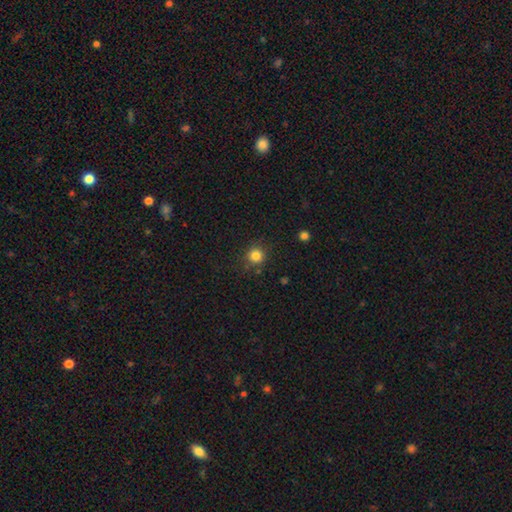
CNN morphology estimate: Smooth or featured?
  - smooth: 83% *
  - star or artifact: 12%
  - featured or disk: 5%
How rounded?
  - round: 93% *
  - in between: 6%
  - cigar-shaped: 1%
Merging?
  - none: 85% *
  - minor disturbance: 9%
  - major disturbance: 3%
  - merger: 2%